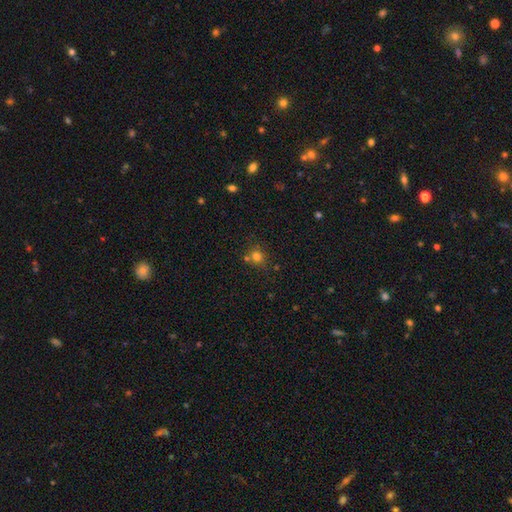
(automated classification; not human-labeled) Morphology: type=smooth (74%); roundness=round (83%); merging=none (68%).